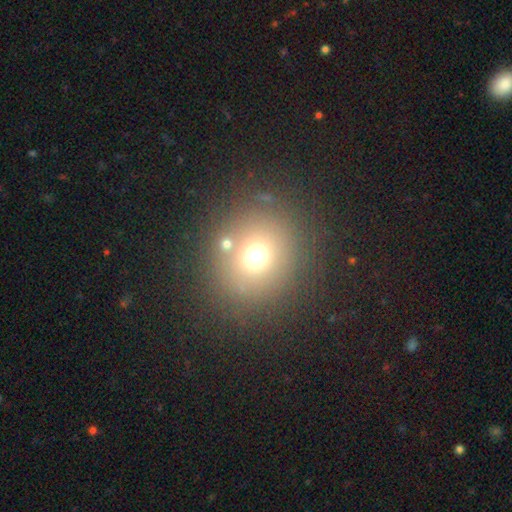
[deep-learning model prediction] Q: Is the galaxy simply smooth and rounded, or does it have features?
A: smooth — 68%.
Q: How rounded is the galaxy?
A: round — 86%.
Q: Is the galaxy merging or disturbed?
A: none — 78%.